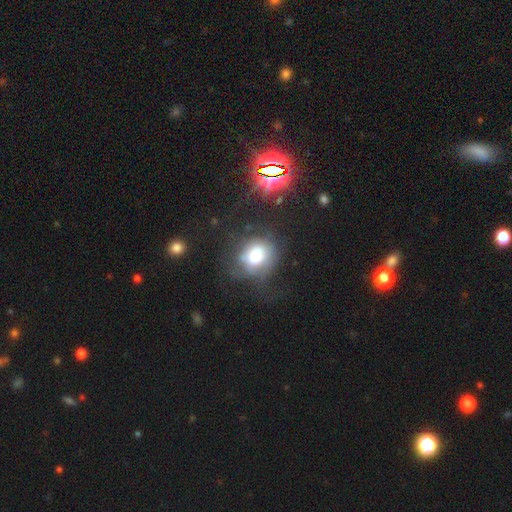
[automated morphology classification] smooth_or_featured: smooth (p=0.64) [alt: featured or disk p=0.23]
how_rounded: round (p=0.72) [alt: in between p=0.27]
merging: none (p=0.53) [alt: major disturbance p=0.22]